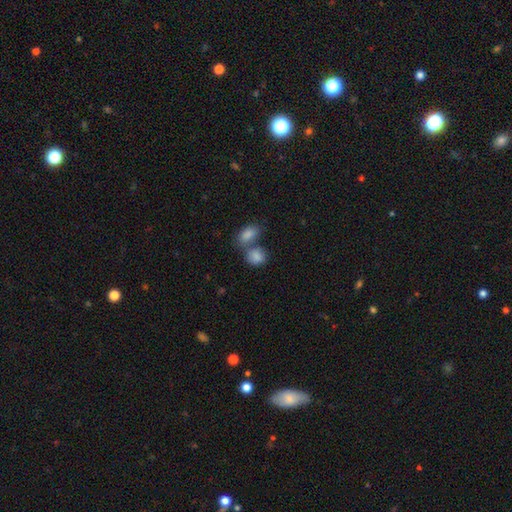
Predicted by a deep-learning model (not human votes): smooth-or-featured: smooth: 87% | star or artifact: 7% | featured or disk: 6%
  how-rounded: in between: 65% | round: 33% | cigar-shaped: 2%
  merging: merger: 51% | none: 35% | minor disturbance: 9% | major disturbance: 4%